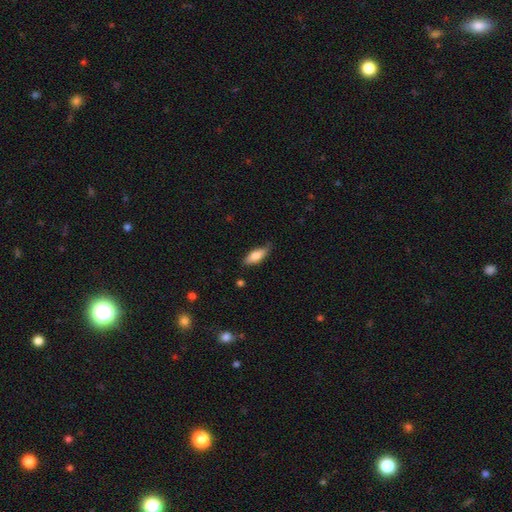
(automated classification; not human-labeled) Overall: smooth (72%). How rounded: in between (66%; cigar-shaped 32%). Merging: none (74%).